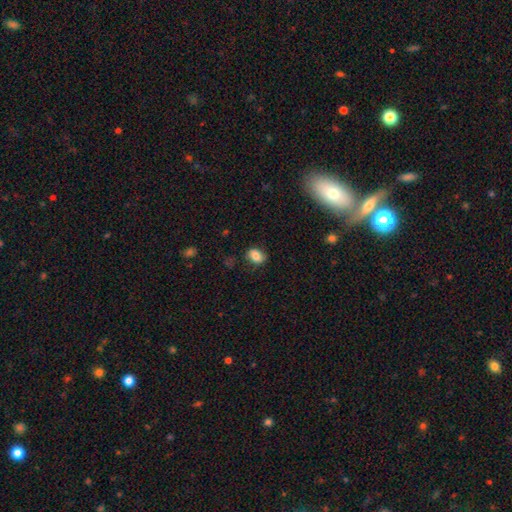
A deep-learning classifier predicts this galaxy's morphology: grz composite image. It shows a smooth galaxy with no disk features (83%) that is in between round and cigar-shaped (73%). Merging: none (79%).